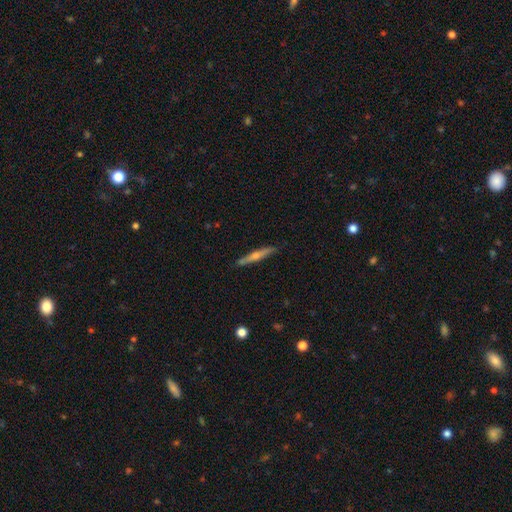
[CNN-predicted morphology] A featured or disk galaxy (59%) viewed edge-on (96%) with a rounded central bulge (77%). Merging: none (88%).